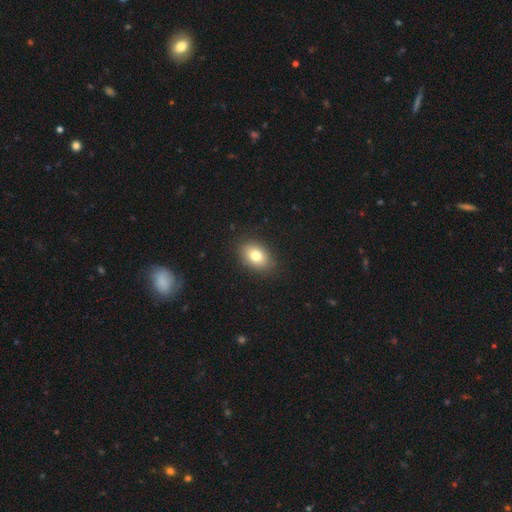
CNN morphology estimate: Smooth or featured: smooth — 79% (featured or disk — 12%)
How rounded: in between — 82% (round — 17%)
Merging: none — 87% (minor disturbance — 9%)